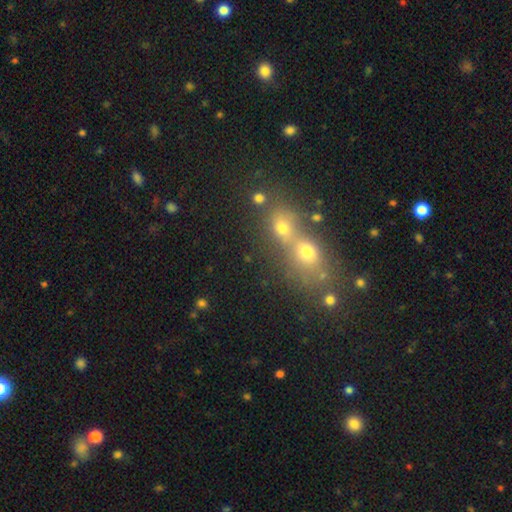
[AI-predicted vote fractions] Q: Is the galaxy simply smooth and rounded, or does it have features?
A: smooth — 52%.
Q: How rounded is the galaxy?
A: round — 61%.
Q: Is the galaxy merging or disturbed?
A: merger — 59%.